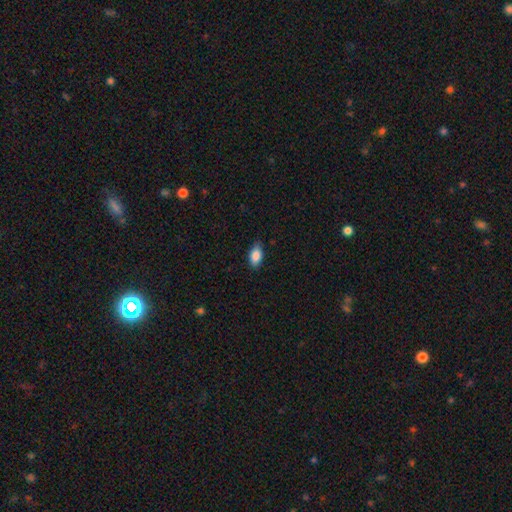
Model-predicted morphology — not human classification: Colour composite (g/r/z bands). It shows a smooth galaxy with no disk features (86%) that is in between round and cigar-shaped (91%). Merging: none (82%).